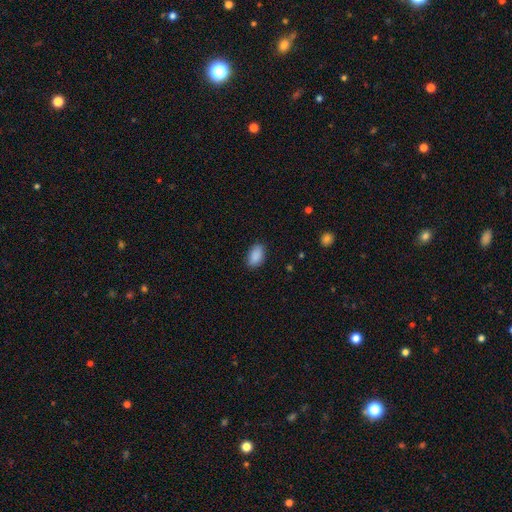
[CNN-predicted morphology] A smooth galaxy with no disk features (89%) that is in between round and cigar-shaped (92%). Merging: none (83%).